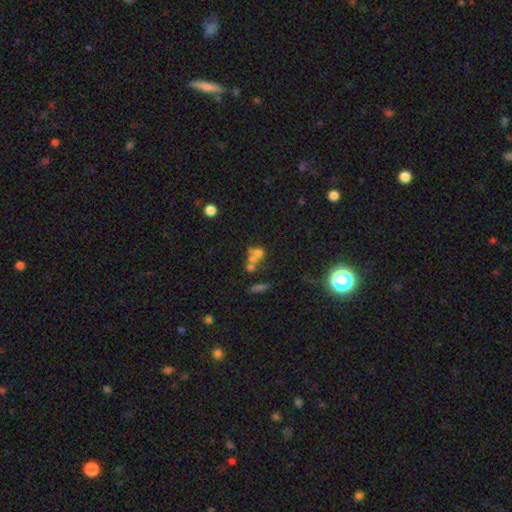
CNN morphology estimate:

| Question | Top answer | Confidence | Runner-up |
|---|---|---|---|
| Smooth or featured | smooth | 53% | featured or disk (28%) |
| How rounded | round | 53% | in between (44%) |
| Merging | merger | 57% | none (26%) |